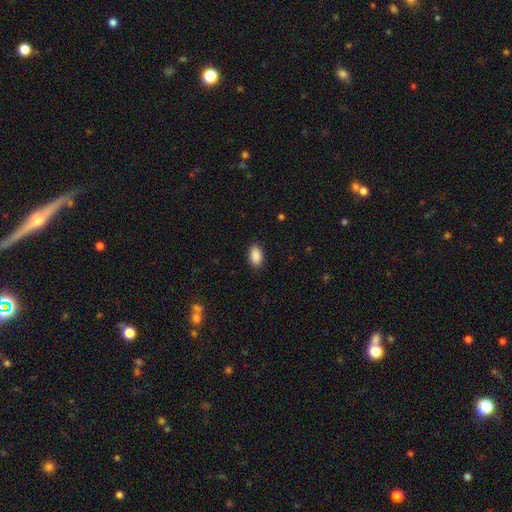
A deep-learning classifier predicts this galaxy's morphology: smooth-or-featured: smooth: 90% | star or artifact: 7% | featured or disk: 3%
  how-rounded: in between: 91% | round: 7% | cigar-shaped: 1%
  merging: none: 89% | minor disturbance: 8% | major disturbance: 2% | merger: 1%